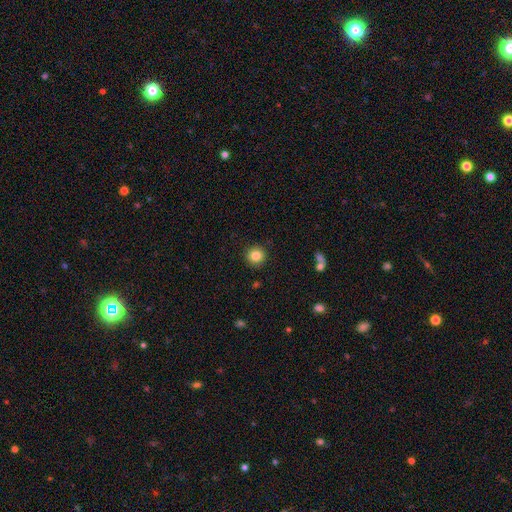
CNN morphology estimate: smooth-or-featured: smooth: 84% | star or artifact: 10% | featured or disk: 6%
  how-rounded: round: 94% | in between: 5% | cigar-shaped: 1%
  merging: none: 91% | minor disturbance: 6% | major disturbance: 2% | merger: 1%